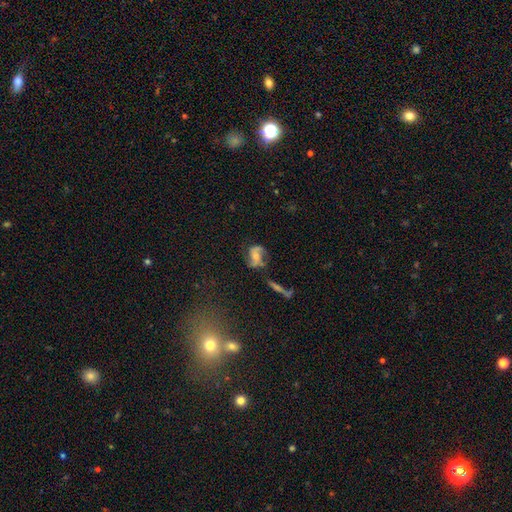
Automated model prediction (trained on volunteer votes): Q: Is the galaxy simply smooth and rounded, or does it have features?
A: featured or disk — 72%.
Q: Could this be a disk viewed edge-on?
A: no — 96%.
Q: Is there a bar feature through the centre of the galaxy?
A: no — 50%.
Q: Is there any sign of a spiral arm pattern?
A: yes — 91%.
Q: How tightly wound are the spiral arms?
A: loose — 43%.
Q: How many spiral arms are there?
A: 2 — 87%.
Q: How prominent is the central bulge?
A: moderate — 45%.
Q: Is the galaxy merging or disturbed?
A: none — 61%.